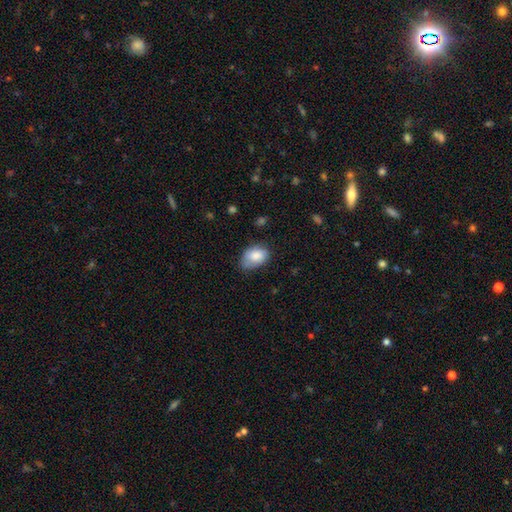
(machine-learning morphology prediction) This is clearly a smooth galaxy (82%). How rounded: clearly in between (84%). Merging: possibly none (57%).